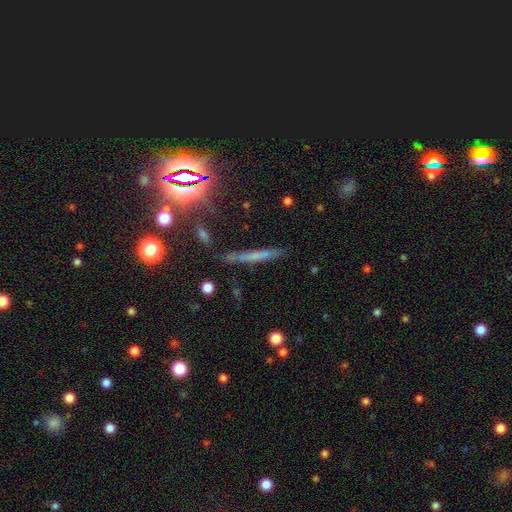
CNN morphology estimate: This appears to be a smooth galaxy with no disk features (48%). Merging: none (81%).